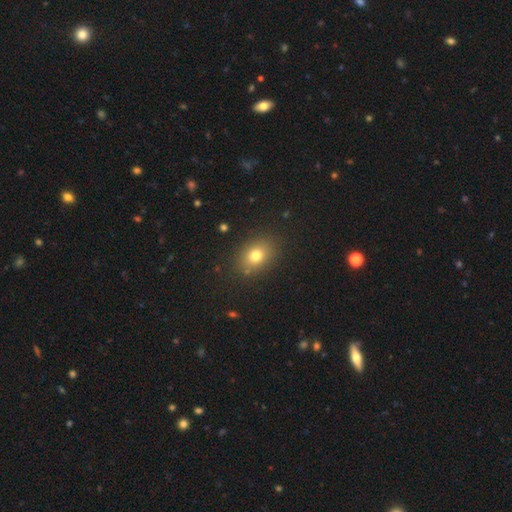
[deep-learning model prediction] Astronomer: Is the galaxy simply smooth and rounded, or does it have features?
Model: smooth — 77%.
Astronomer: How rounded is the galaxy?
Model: in between — 62% (runner-up: round, 37%).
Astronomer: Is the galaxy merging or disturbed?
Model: none — 85%.